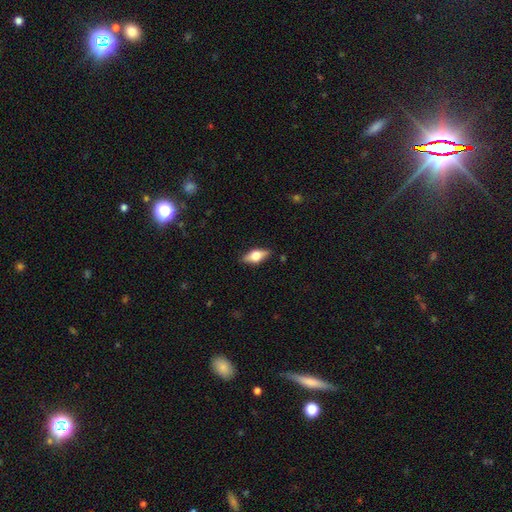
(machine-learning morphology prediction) Q: Smooth or featured?
A: featured or disk (50%); runner-up: smooth (43%)
Q: Merging?
A: none (86%); runner-up: minor disturbance (10%)